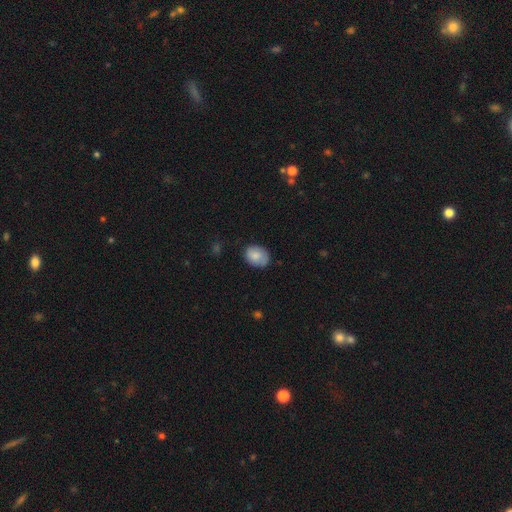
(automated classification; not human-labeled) Smooth or featured? smooth (80%)
How rounded? in between (68%)
Merging? none (74%)